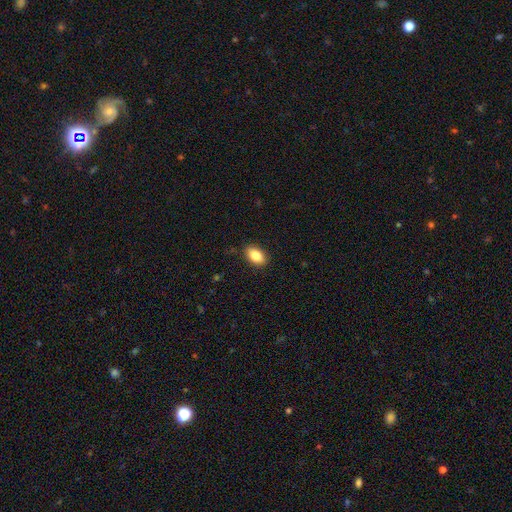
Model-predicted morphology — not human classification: A smooth galaxy with no disk features (85%) that is in between round and cigar-shaped (90%). Merging: none (87%).